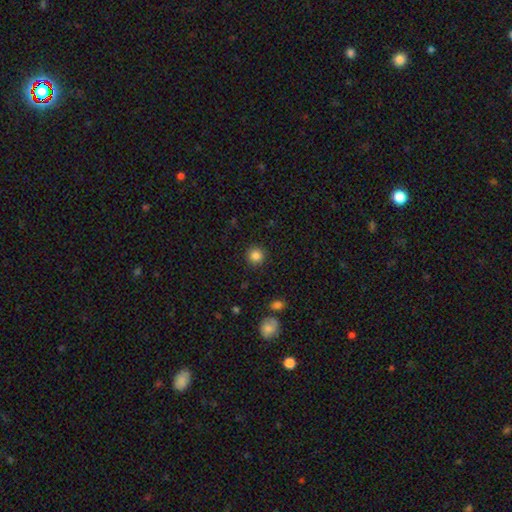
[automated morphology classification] Overall: smooth (85%). How rounded: round (94%). Merging: none (90%).